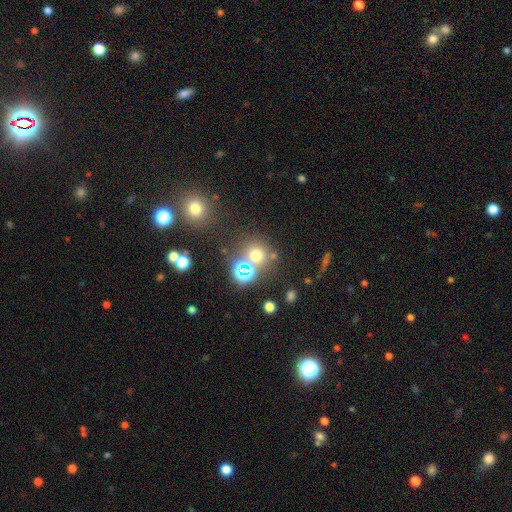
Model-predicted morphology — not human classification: Smooth or featured? Predicted: smooth (p=0.61). How rounded? Predicted: round (p=0.87). Merging? Predicted: none (p=0.67).